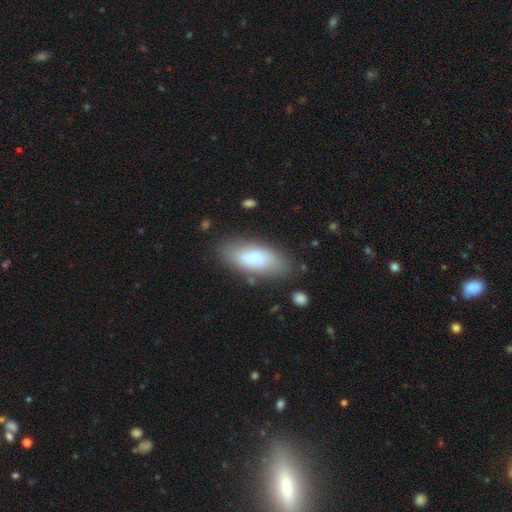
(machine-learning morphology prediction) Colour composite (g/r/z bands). It shows a smooth galaxy with no disk features (70%) that is in between round and cigar-shaped (83%). Merging: none (77%).